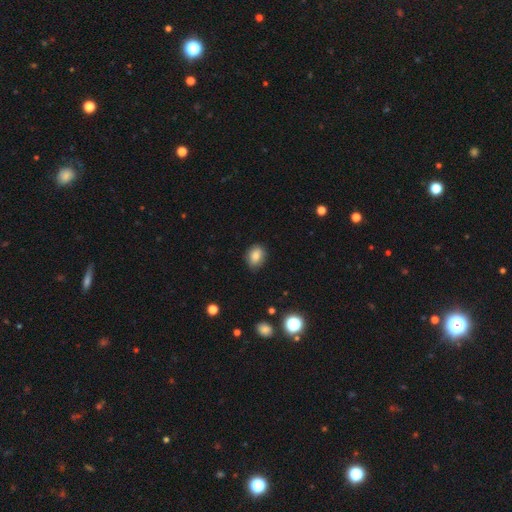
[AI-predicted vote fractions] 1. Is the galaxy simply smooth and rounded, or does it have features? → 82% smooth, 10% star or artifact, 8% featured or disk.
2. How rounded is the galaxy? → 67% in between, 32% round, 1% cigar-shaped.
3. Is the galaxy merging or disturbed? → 79% none, 17% minor disturbance, 3% major disturbance, 1% merger.